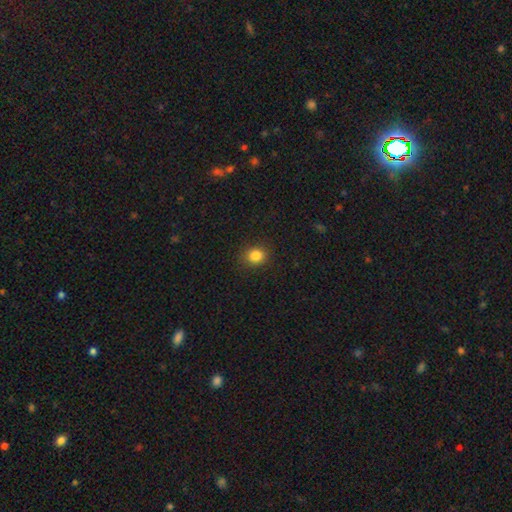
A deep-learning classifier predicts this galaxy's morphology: Q: Smooth or featured?
A: smooth (84%); runner-up: star or artifact (11%)
Q: How rounded?
A: round (73%); runner-up: in between (26%)
Q: Merging?
A: none (88%); runner-up: minor disturbance (8%)